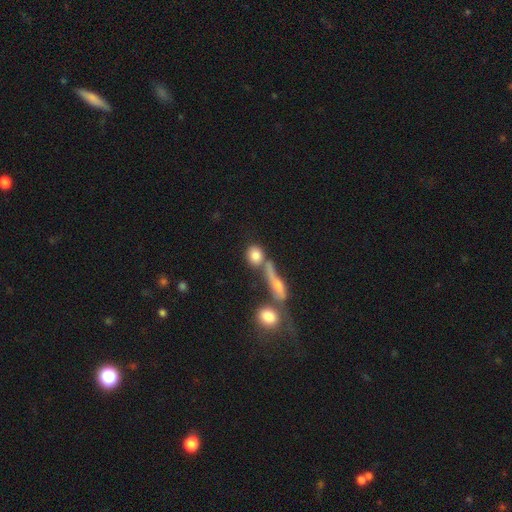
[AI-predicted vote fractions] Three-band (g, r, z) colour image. It shows a smooth galaxy with no disk features (79%) that is round (62%). Merging: none (49%).